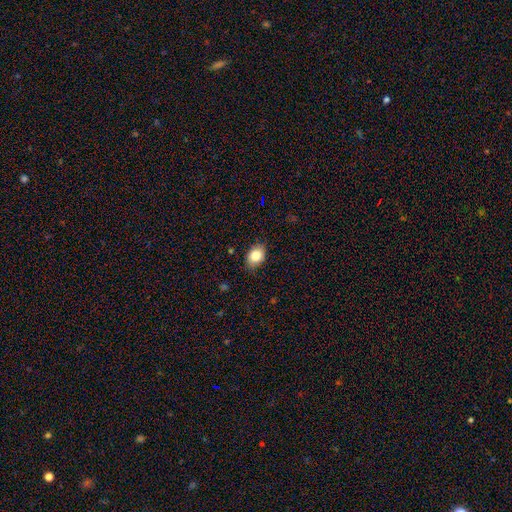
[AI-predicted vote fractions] A smooth galaxy with no disk features (83%) that is in between round and cigar-shaped (76%).

Vote fractions:
- Smooth or featured? smooth: 83% / featured or disk: 9% / star or artifact: 8%
- How rounded? in between: 76% / round: 23% / cigar-shaped: 1%
- Merging? none: 84% / minor disturbance: 13% / major disturbance: 2% / merger: 1%